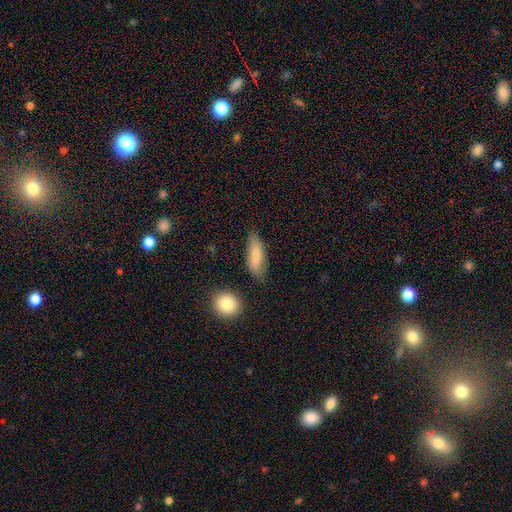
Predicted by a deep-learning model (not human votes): A smooth galaxy with no disk features (81%) that is in between round and cigar-shaped (61%). Merging: none (74%).